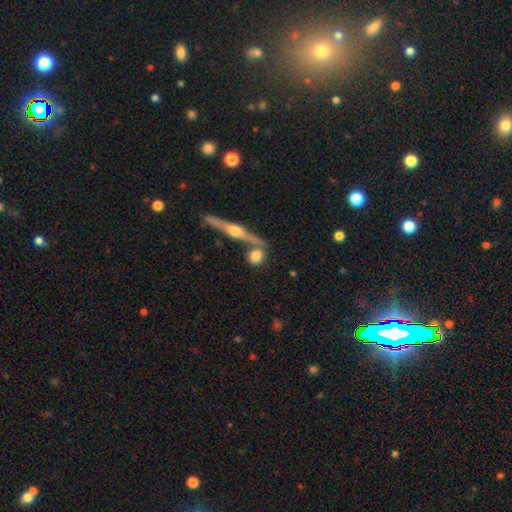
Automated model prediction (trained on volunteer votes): The model was most divided on "smooth or featured": smooth: 68%, featured or disk: 24%, star or artifact: 8%. More confident: how rounded — round (70%); merging — none (64%).